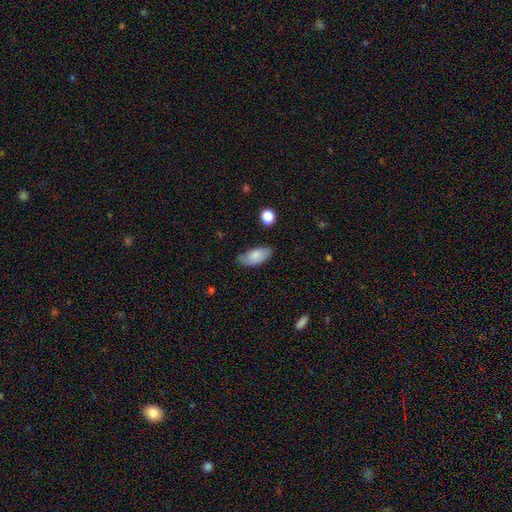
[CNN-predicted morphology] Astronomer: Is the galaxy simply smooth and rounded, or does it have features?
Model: smooth — 79%.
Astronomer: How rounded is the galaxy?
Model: in between — 92%.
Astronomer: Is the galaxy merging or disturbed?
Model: none — 70%.